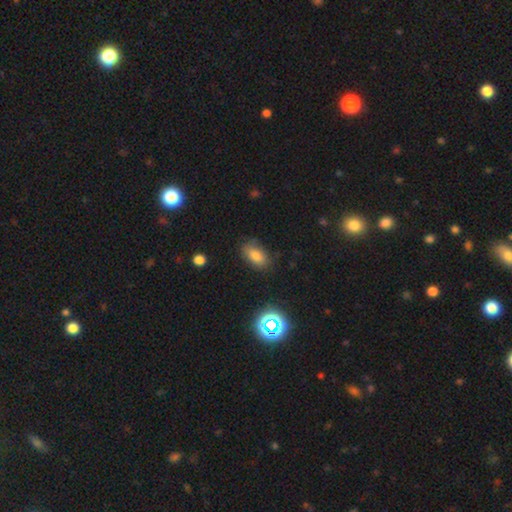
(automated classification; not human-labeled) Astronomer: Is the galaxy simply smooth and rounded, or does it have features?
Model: smooth — 77%.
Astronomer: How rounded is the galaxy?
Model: in between — 89%.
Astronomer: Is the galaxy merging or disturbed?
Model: none — 79%.